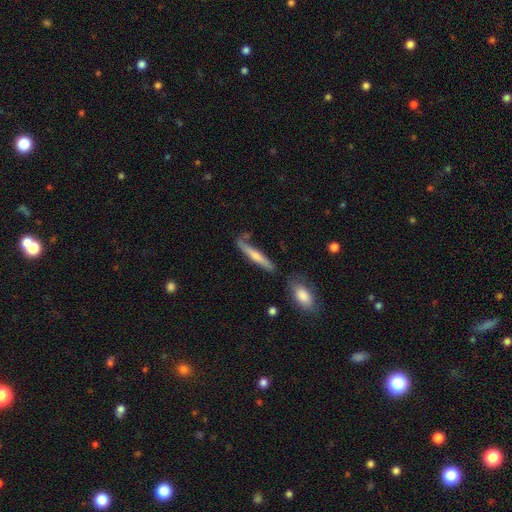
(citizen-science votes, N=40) Smooth or featured? featured or disk (55%)
Edge-on disk? yes (100%)
Edge-on bulge? rounded (86%)
Merging? none (83%)